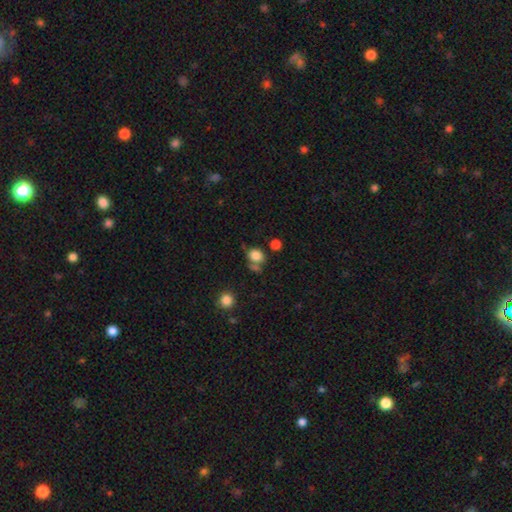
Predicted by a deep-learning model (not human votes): This appears to be a smooth galaxy with no disk features (82%) that is round (65%). Merging: none (56%).